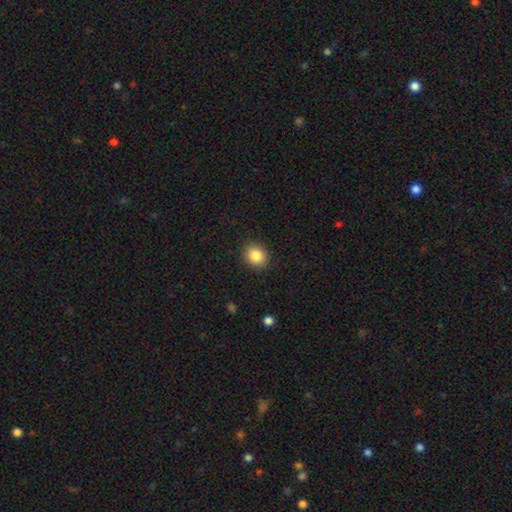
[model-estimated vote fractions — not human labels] Overall: smooth (86%). How rounded: round (69%; in between 30%). Merging: none (89%).